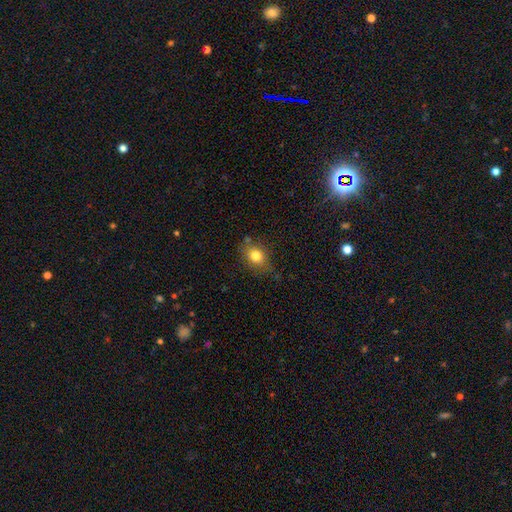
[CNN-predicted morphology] The model was most divided on "how rounded": in between: 58%, round: 40%, cigar-shaped: 2%. More confident: smooth or featured — smooth (80%); merging — none (68%).